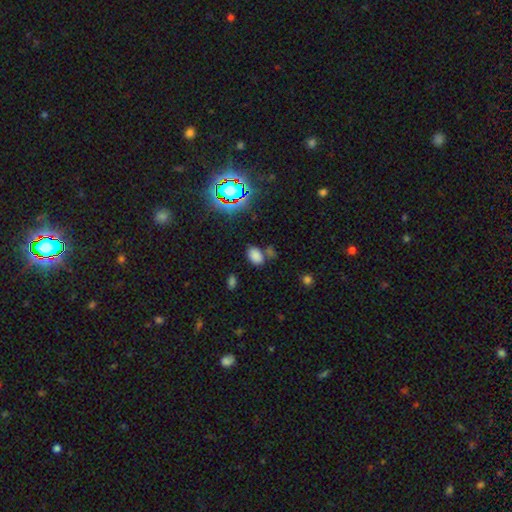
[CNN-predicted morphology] This is likely a smooth galaxy (76%). How rounded: clearly in between (85%). Merging: likely none (70%).